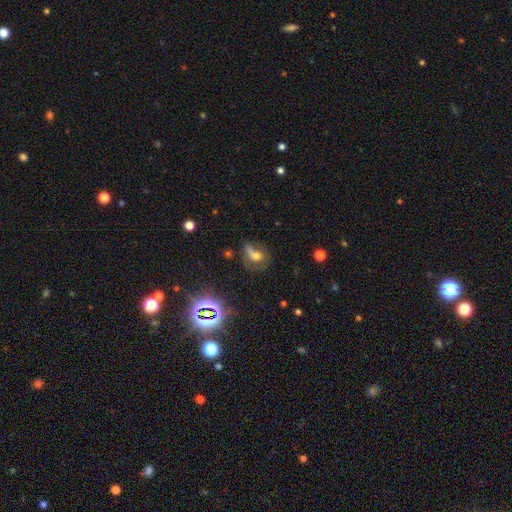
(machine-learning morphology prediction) smooth-or-featured: smooth: 51% | star or artifact: 25% | featured or disk: 24%
  how-rounded: in between: 57% | round: 39% | cigar-shaped: 4%
  merging: none: 35% | major disturbance: 28% | minor disturbance: 22% | merger: 15%